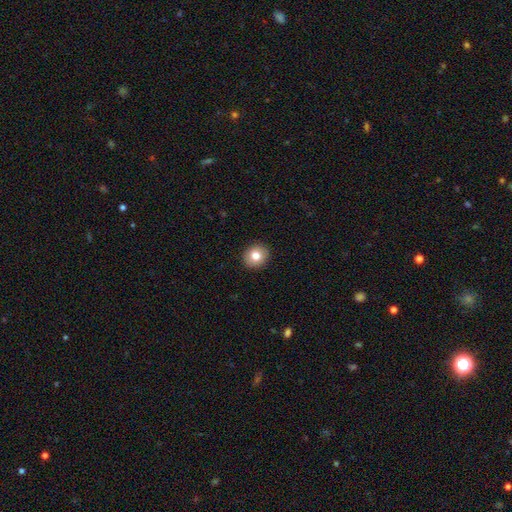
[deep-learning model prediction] Smooth or featured? smooth (79%)
How rounded? round (81%)
Merging? none (92%)